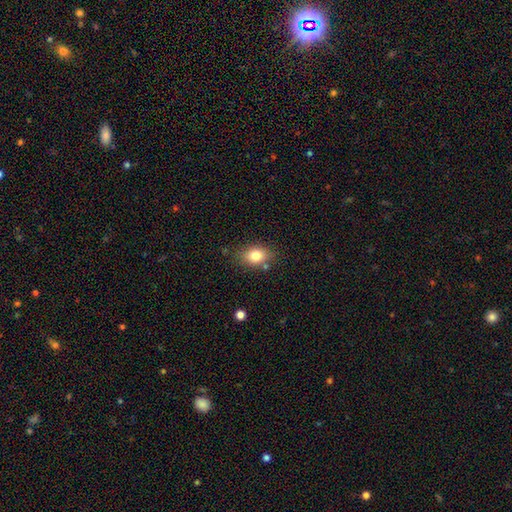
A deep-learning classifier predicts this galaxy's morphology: type=smooth (80%); roundness=in between (69%); merging=none (77%).